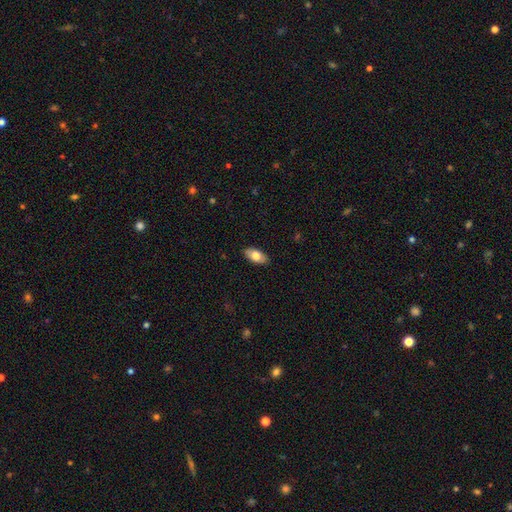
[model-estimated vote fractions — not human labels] smooth-or-featured: smooth: 75% | featured or disk: 19% | star or artifact: 6%
  how-rounded: in between: 93% | cigar-shaped: 4% | round: 3%
  merging: none: 88% | minor disturbance: 9% | major disturbance: 2% | merger: 1%